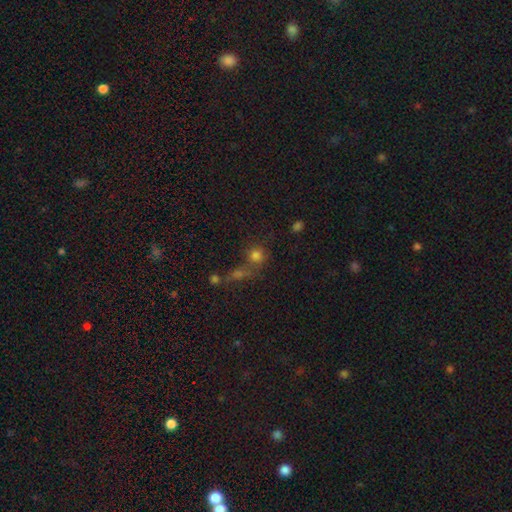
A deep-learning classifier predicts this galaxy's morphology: This is likely a smooth galaxy (71%). How rounded: clearly round (85%). Merging: possibly none (53%).